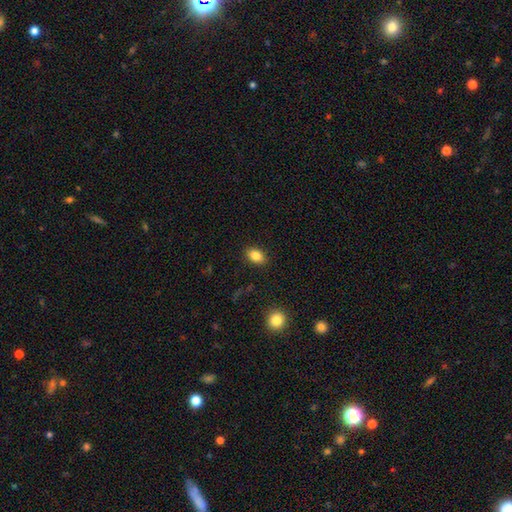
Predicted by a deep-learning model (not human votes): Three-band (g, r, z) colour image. It shows a smooth galaxy with no disk features (84%) that is in between round and cigar-shaped (83%). Merging: none (88%).